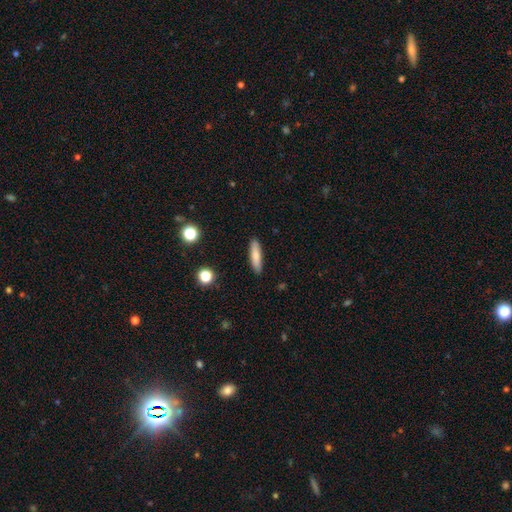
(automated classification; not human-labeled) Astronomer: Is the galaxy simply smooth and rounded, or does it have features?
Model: smooth — 77%.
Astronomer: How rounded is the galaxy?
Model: cigar-shaped — 77%.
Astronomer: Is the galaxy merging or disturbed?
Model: none — 90%.